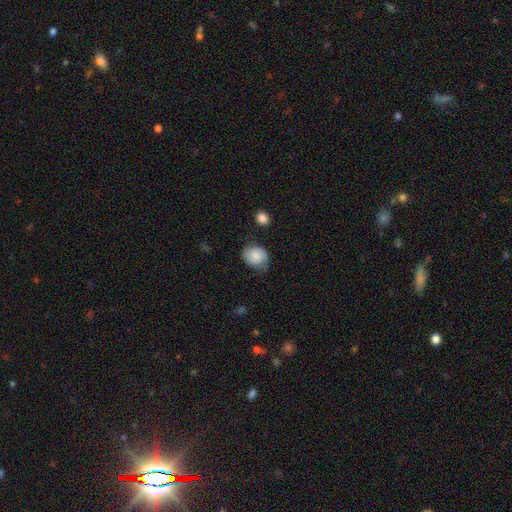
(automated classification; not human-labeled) This appears to be a smooth galaxy with no disk features (69%) that is round (59%). Merging: none (57%).